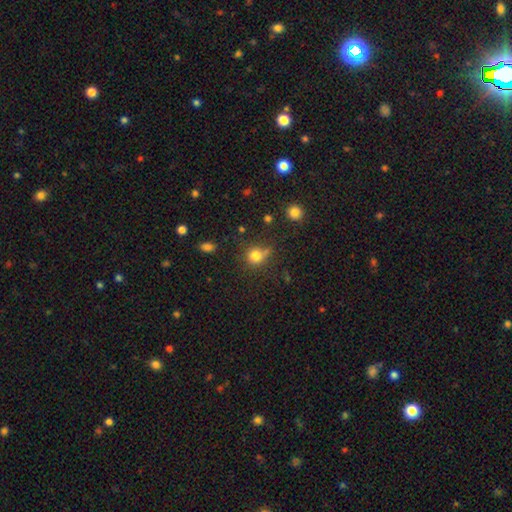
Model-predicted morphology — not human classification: type=smooth (79%); roundness=round (86%); merging=none (64%).